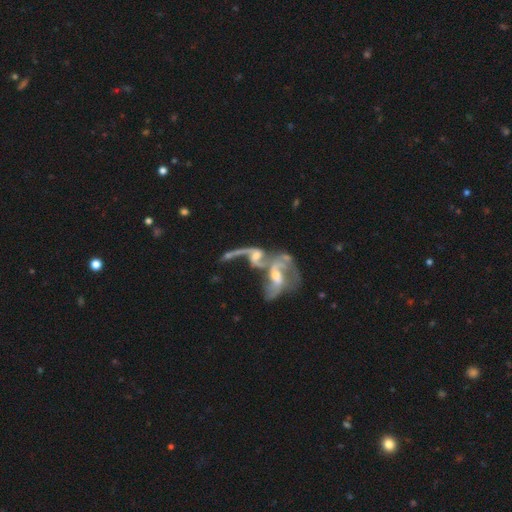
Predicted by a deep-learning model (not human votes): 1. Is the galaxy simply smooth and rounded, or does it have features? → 81% featured or disk, 11% smooth, 8% star or artifact.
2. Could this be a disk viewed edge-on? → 95% no, 5% yes.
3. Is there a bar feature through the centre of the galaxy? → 45% no, 40% weak, 15% strong.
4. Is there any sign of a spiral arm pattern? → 86% yes, 14% no.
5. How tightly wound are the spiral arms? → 75% loose, 19% medium, 6% tight.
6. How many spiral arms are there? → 60% 2, 14% 1, 14% can't tell, 7% 3, 3% 4, 3% more than 4.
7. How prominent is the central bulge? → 46% moderate, 32% small, 13% none, 7% large, 2% dominant.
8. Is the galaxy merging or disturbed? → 75% merger, 11% major disturbance, 9% none, 5% minor disturbance.